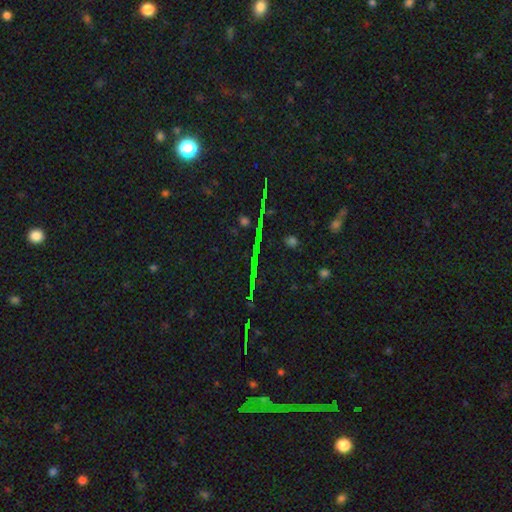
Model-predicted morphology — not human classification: A star or artifact, not a galaxy (80%).